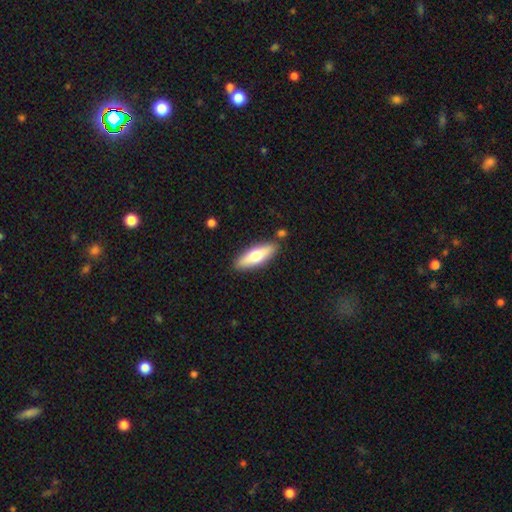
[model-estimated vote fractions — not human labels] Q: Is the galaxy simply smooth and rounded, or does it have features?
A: smooth — 60%.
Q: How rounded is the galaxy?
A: cigar-shaped — 50%.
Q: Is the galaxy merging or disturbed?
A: none — 85%.